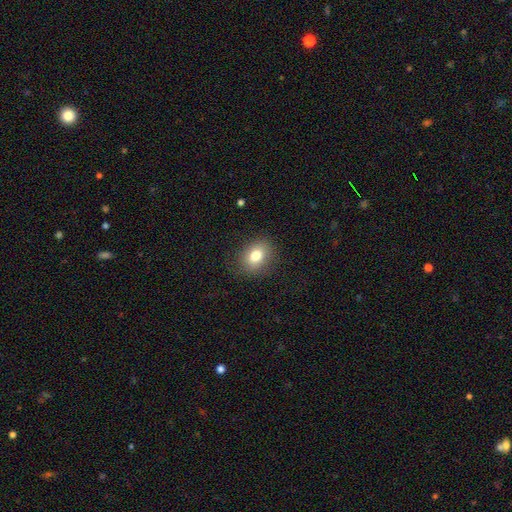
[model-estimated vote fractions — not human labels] This is likely a smooth galaxy (79%). How rounded: possibly in between (58%). Merging: clearly none (84%).